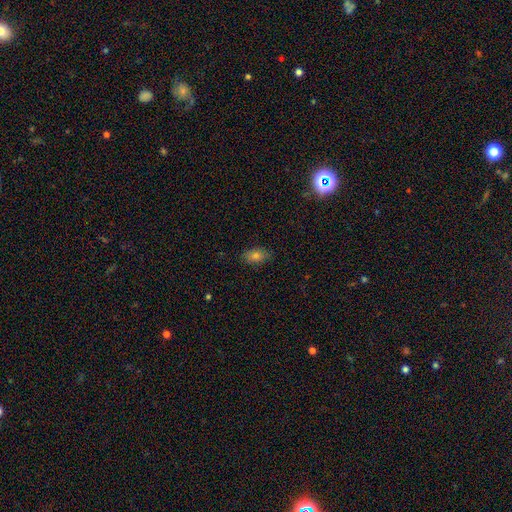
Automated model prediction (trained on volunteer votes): Morphology: type=smooth (74%); roundness=in between (86%); merging=none (84%).